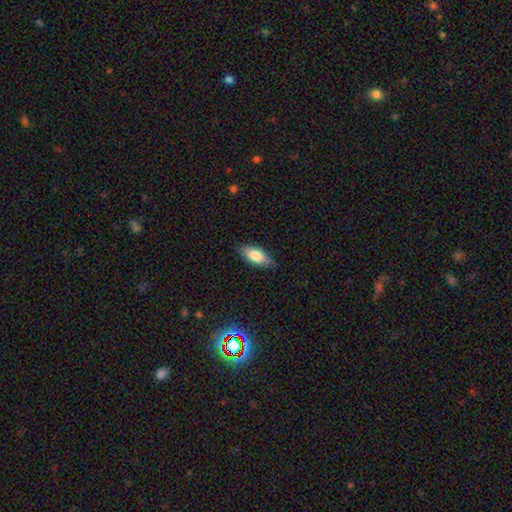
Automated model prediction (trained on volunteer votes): smooth 78%, featured or disk 15%, star or artifact 7%. Down the decision tree: how rounded — in between (84%); merging — none (82%).